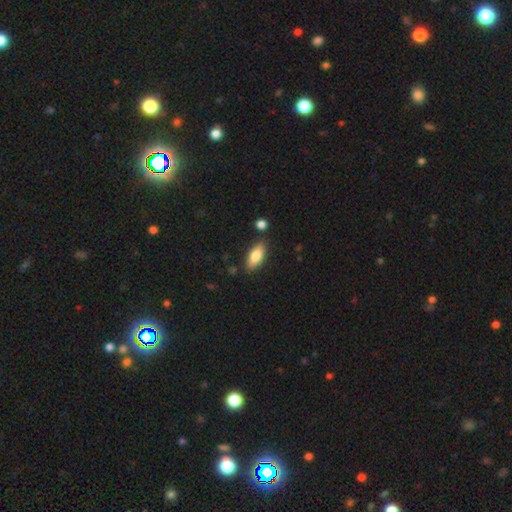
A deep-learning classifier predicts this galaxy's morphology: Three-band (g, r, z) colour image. It shows a smooth galaxy with no disk features (80%) that is in between round and cigar-shaped (82%). Merging: none (82%).